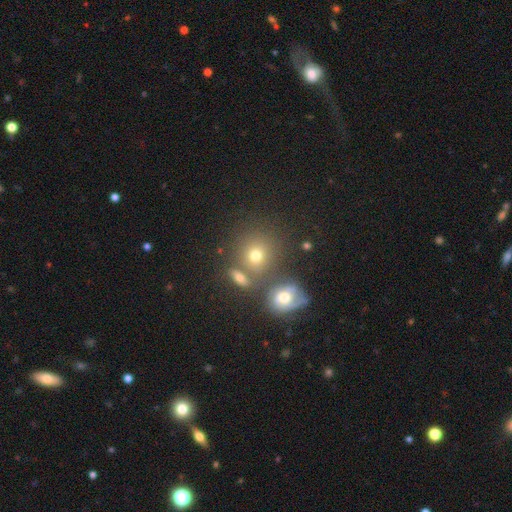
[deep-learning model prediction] Smooth or featured? Predicted: smooth (p=0.64). How rounded? Predicted: round (p=0.73). Merging? Predicted: none (p=0.54).